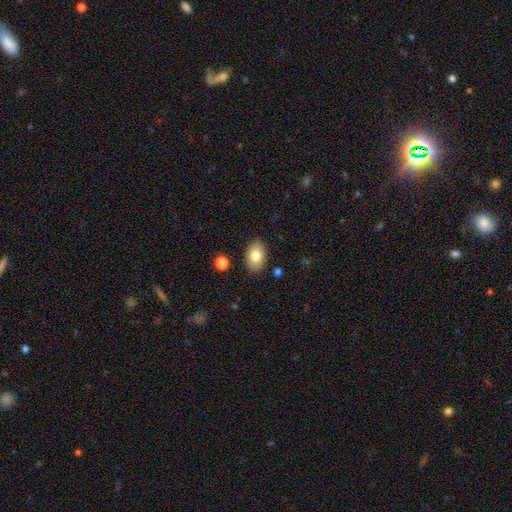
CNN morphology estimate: This appears to be a smooth galaxy with no disk features (80%) that is in between round and cigar-shaped (86%). Merging: none (87%).